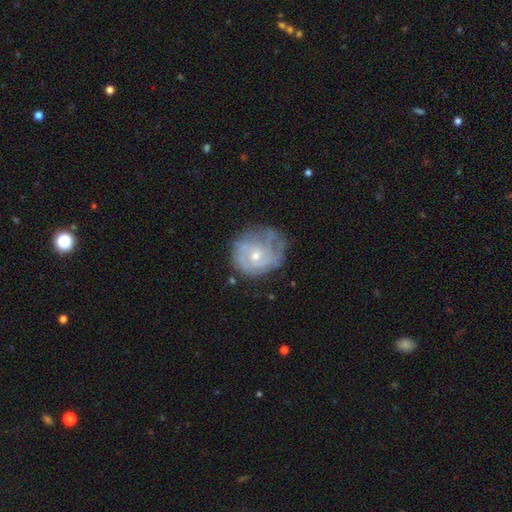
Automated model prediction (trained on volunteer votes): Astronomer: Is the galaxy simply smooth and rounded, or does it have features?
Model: featured or disk — 71%.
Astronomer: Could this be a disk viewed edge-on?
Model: no — 97%.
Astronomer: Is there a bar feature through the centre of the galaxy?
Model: no — 76%.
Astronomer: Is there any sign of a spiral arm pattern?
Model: yes — 79%.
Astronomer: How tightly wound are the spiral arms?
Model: tight — 61%.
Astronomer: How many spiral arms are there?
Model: can't tell — 49%.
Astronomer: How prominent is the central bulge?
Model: small — 51% (runner-up: moderate, 45%).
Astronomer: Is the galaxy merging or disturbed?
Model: none — 58%.